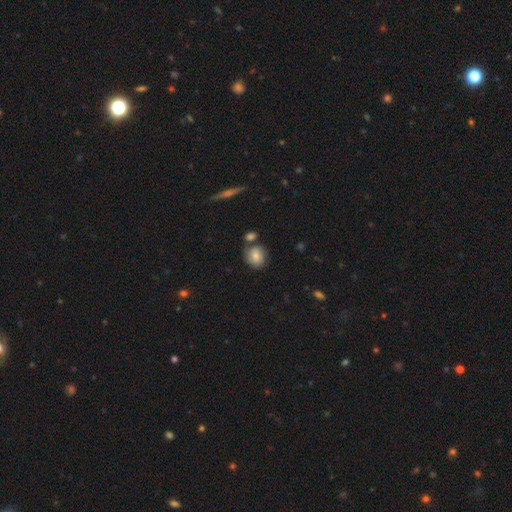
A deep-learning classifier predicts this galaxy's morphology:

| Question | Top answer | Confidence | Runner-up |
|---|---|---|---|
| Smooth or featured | smooth | 78% | featured or disk (13%) |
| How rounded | round | 67% | in between (32%) |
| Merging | none | 60% | merger (19%) |